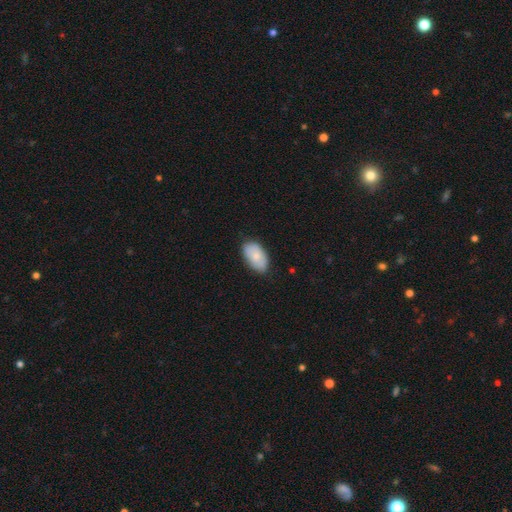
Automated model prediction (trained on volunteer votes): Smooth or featured: smooth — 77% (featured or disk — 17%)
How rounded: in between — 94% (round — 5%)
Merging: none — 79% (minor disturbance — 17%)